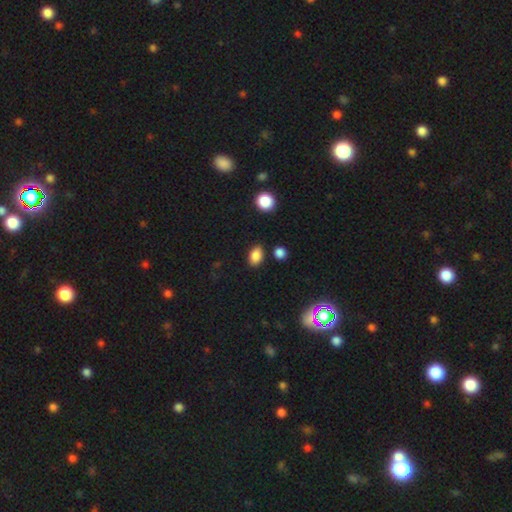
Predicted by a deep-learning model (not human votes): This appears to be a smooth galaxy with no disk features (85%) that is in between round and cigar-shaped (83%). Merging: none (82%).